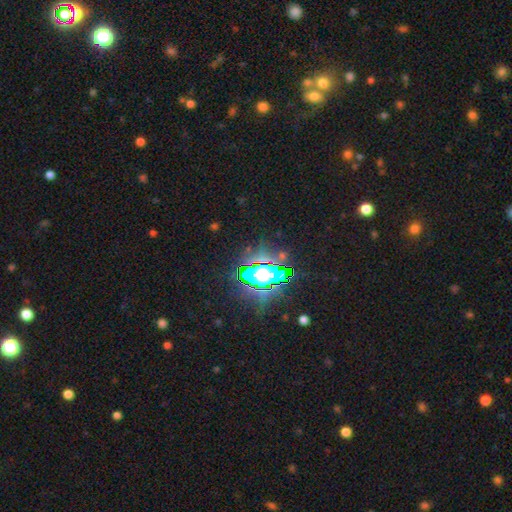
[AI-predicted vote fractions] smooth_or_featured: star or artifact (p=0.81) [alt: smooth p=0.11]